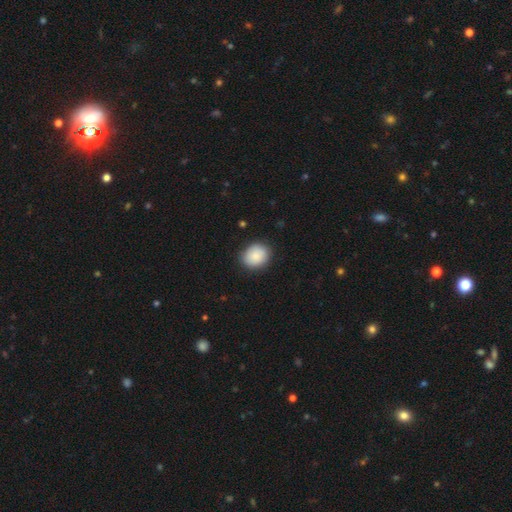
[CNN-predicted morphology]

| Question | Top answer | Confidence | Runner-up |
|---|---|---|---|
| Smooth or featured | smooth | 88% | star or artifact (7%) |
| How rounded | round | 62% | in between (37%) |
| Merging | none | 86% | minor disturbance (11%) |